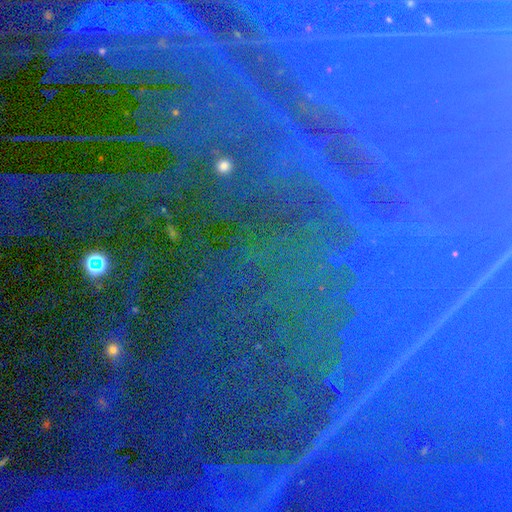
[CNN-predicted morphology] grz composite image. It shows a star or artifact, not a galaxy (86%).